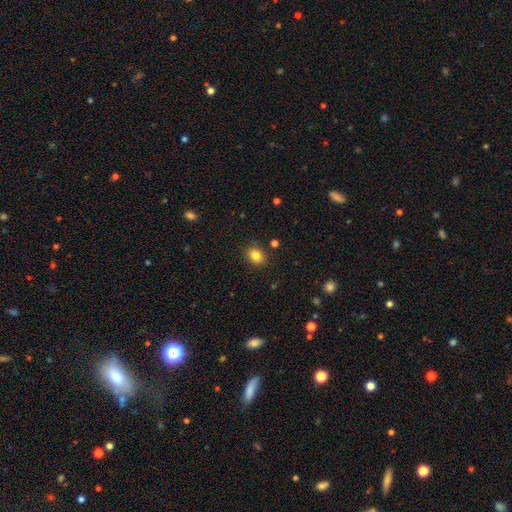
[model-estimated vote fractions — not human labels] smooth 83%, star or artifact 10%, featured or disk 6%. Down the decision tree: how rounded — round (51%); merging — none (87%).